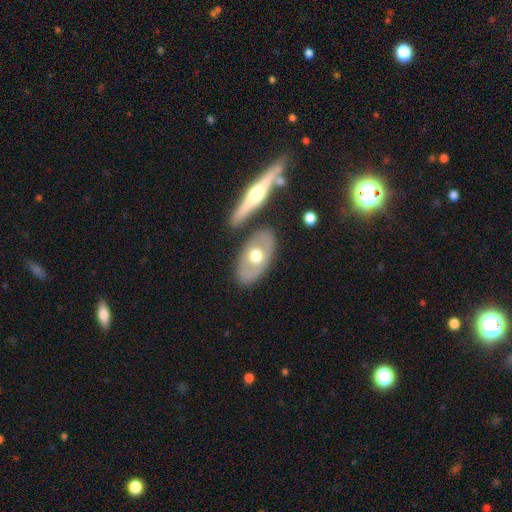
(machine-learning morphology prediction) smooth-or-featured: featured or disk: 49% | smooth: 46% | star or artifact: 5%
  merging: none: 76% | minor disturbance: 11% | merger: 9% | major disturbance: 4%